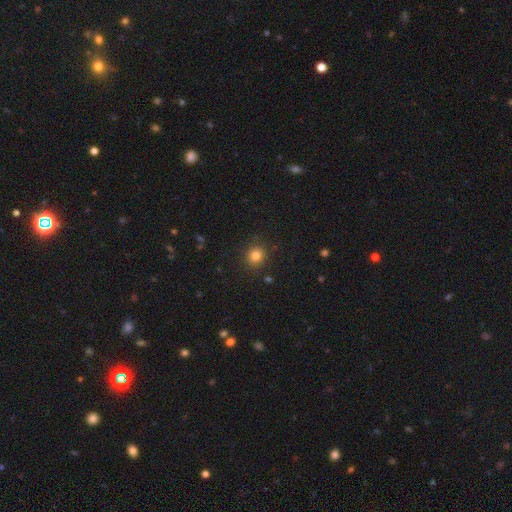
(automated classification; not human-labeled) Morphology: type=smooth (81%); roundness=round (88%); merging=none (89%).